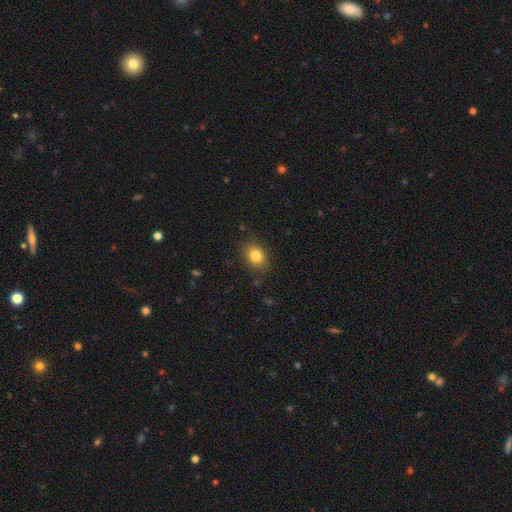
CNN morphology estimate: Overall: smooth (83%). How rounded: in between (56%; round 43%). Merging: none (85%).